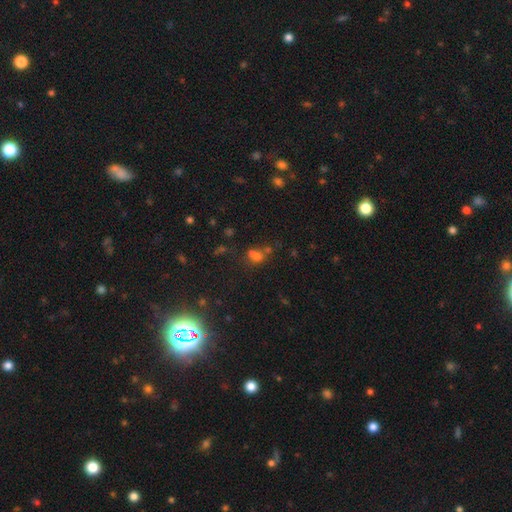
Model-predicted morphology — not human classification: Q: Smooth or featured?
A: smooth (57%); runner-up: star or artifact (27%)
Q: How rounded?
A: round (72%); runner-up: in between (26%)
Q: Merging?
A: merger (49%); runner-up: none (37%)